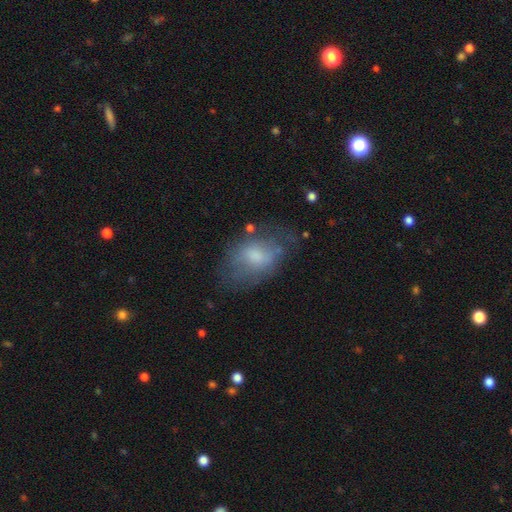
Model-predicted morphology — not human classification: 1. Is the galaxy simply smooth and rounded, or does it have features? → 57% smooth, 33% featured or disk, 10% star or artifact.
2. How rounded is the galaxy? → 84% in between, 14% round, 2% cigar-shaped.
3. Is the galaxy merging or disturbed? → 53% none, 27% minor disturbance, 17% major disturbance, 3% merger.